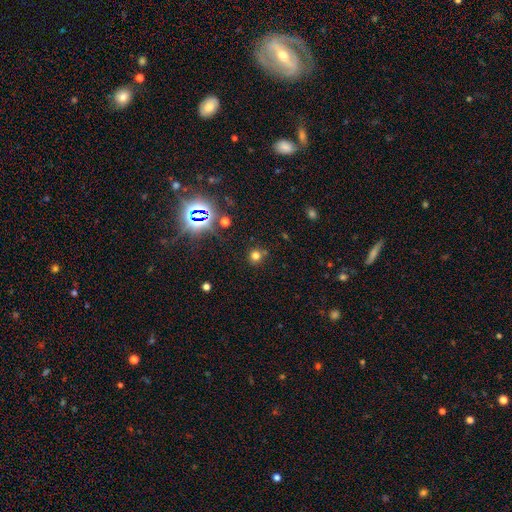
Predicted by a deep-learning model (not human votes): A smooth galaxy with no disk features (69%) that is round (90%).

Vote fractions:
- Smooth or featured? smooth: 69% / star or artifact: 25% / featured or disk: 7%
- How rounded? round: 90% / in between: 9% / cigar-shaped: 1%
- Merging? none: 78% / minor disturbance: 10% / merger: 8% / major disturbance: 4%